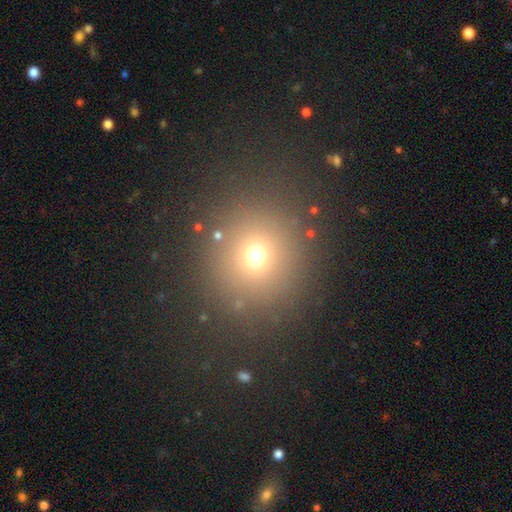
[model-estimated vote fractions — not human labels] Q: Smooth or featured?
A: smooth (66%); runner-up: star or artifact (26%)
Q: How rounded?
A: round (92%); runner-up: in between (7%)
Q: Merging?
A: none (84%); runner-up: minor disturbance (7%)